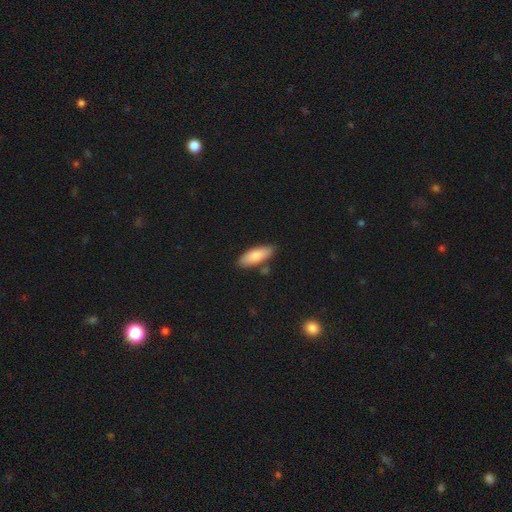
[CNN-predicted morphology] type=smooth (80%); roundness=in between (70%); merging=none (79%).